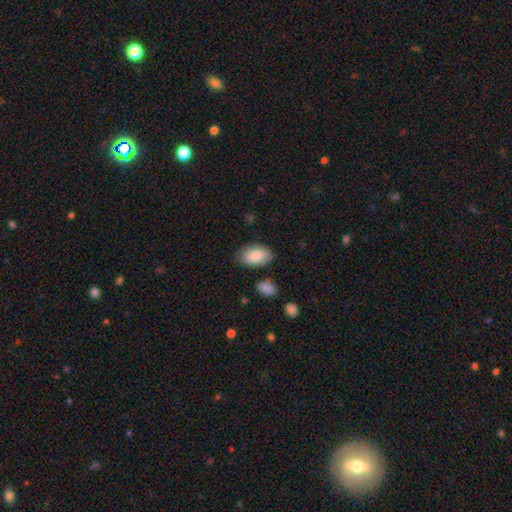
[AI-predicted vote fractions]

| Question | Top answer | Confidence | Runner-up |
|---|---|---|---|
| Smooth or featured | smooth | 85% | featured or disk (9%) |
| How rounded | in between | 93% | round (5%) |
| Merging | none | 79% | minor disturbance (14%) |